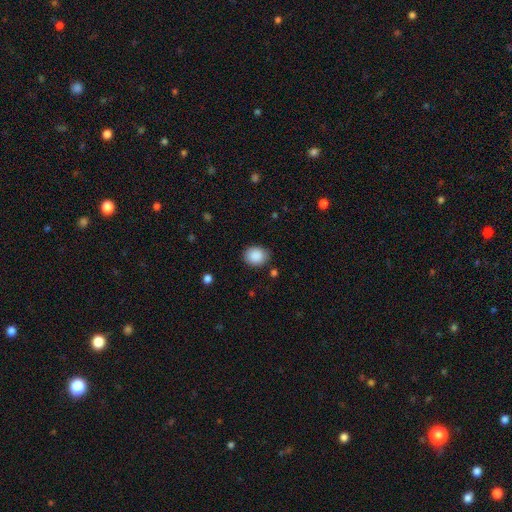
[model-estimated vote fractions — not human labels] Morphology: type=smooth (89%); roundness=round (67%); merging=none (83%).